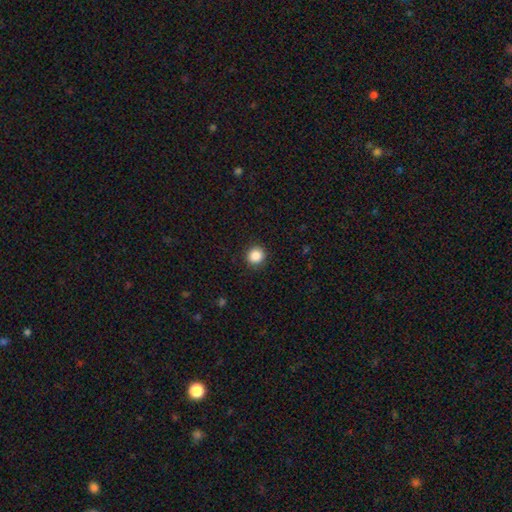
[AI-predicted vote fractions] Smooth or featured? smooth (87%)
How rounded? round (92%)
Merging? none (92%)